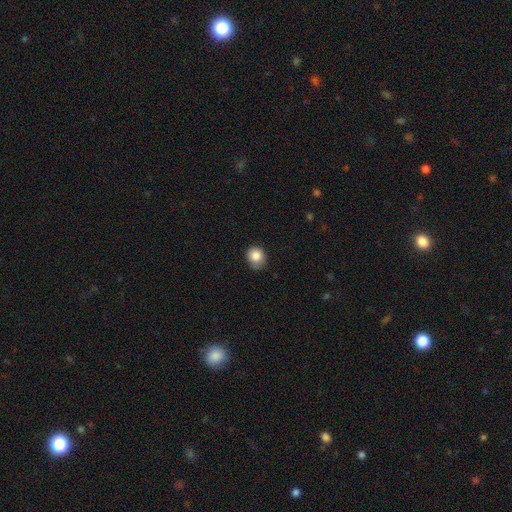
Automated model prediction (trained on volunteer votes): Overall: smooth (84%). How rounded: round (73%). Merging: none (68%).